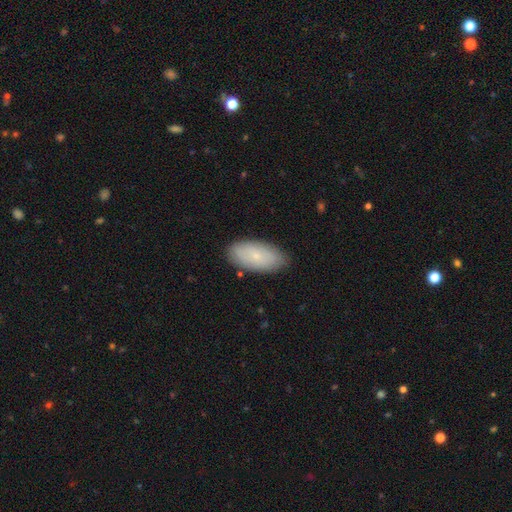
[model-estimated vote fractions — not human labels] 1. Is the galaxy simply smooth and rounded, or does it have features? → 74% smooth, 20% featured or disk, 7% star or artifact.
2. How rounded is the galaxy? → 93% in between, 5% cigar-shaped, 3% round.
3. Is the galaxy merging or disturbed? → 85% none, 12% minor disturbance, 2% major disturbance, 1% merger.